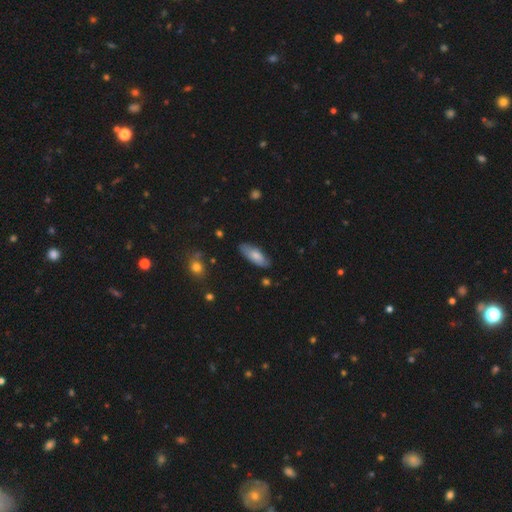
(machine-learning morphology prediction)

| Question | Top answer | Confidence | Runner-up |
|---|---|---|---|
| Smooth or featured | smooth | 76% | featured or disk (19%) |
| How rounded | in between | 72% | cigar-shaped (26%) |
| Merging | none | 81% | minor disturbance (15%) |